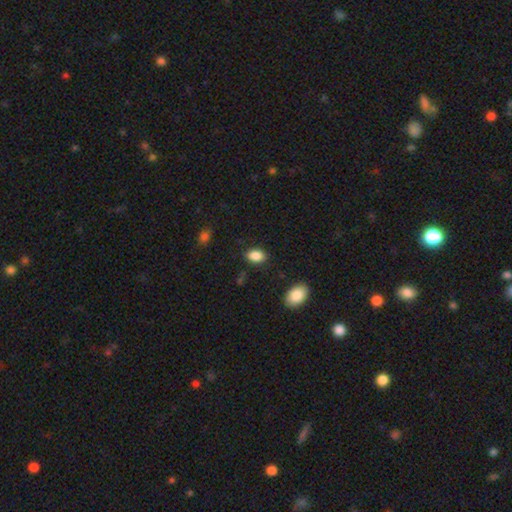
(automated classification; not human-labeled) A smooth galaxy with no disk features (87%) that is in between round and cigar-shaped (84%).

Vote fractions:
- Smooth or featured? smooth: 87% / star or artifact: 8% / featured or disk: 5%
- How rounded? in between: 84% / round: 14% / cigar-shaped: 1%
- Merging? none: 85% / minor disturbance: 11% / major disturbance: 3% / merger: 2%